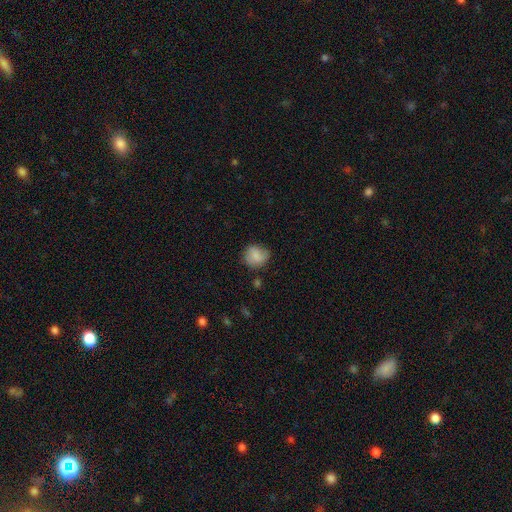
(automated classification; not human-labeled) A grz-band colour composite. It shows a smooth galaxy with no disk features (75%) that is round (79%). Merging: none (68%).